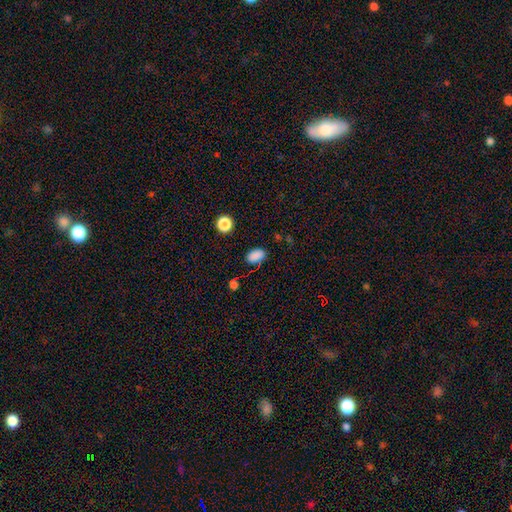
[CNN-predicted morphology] This is clearly a smooth galaxy (85%). How rounded: clearly in between (88%). Merging: clearly none (81%).